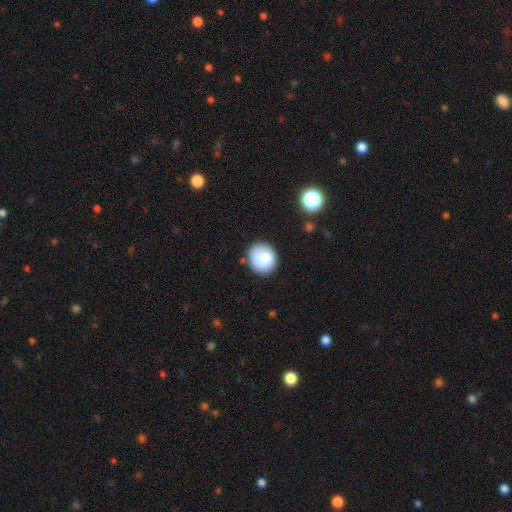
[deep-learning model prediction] smooth-or-featured: smooth: 82% | featured or disk: 10% | star or artifact: 8%
  how-rounded: round: 82% | in between: 17% | cigar-shaped: 1%
  merging: none: 76% | minor disturbance: 16% | major disturbance: 4% | merger: 3%